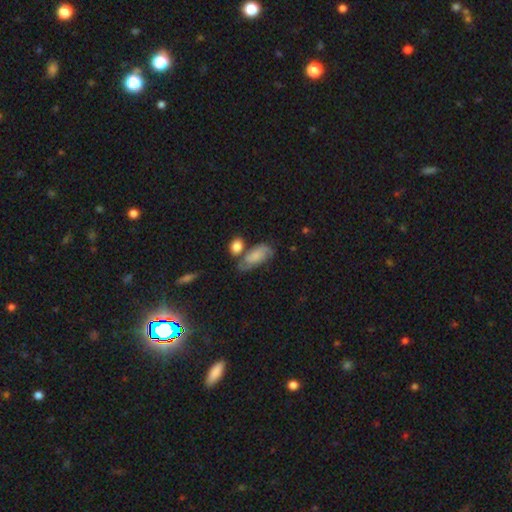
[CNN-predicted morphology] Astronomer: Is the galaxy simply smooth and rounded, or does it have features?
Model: smooth — 55% (runner-up: featured or disk, 36%).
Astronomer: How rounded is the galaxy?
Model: in between — 88%.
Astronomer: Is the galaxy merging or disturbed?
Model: none — 41% (runner-up: minor disturbance, 25%).